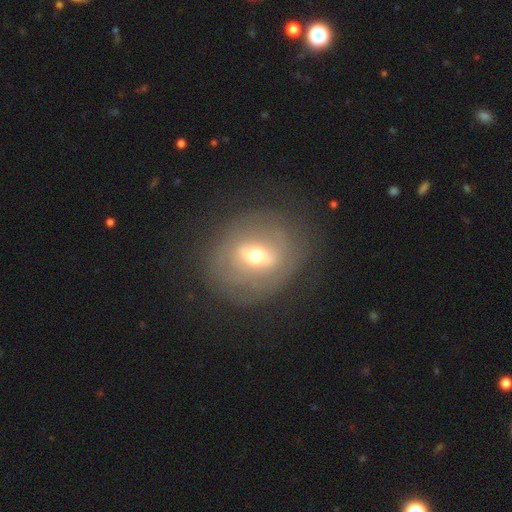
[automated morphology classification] This appears to be a featured or disk galaxy (61%) with a weak bar (41%), no spiral arms (64%) and a moderate central bulge (59%). Merging: none (72%).